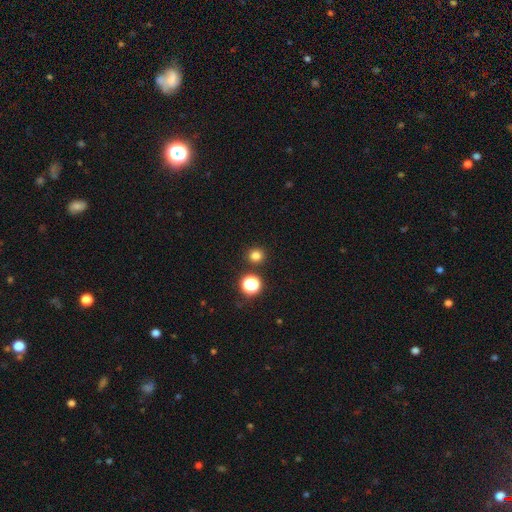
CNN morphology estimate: This appears to be a smooth galaxy with no disk features (79%) that is round (92%). Merging: none (89%).